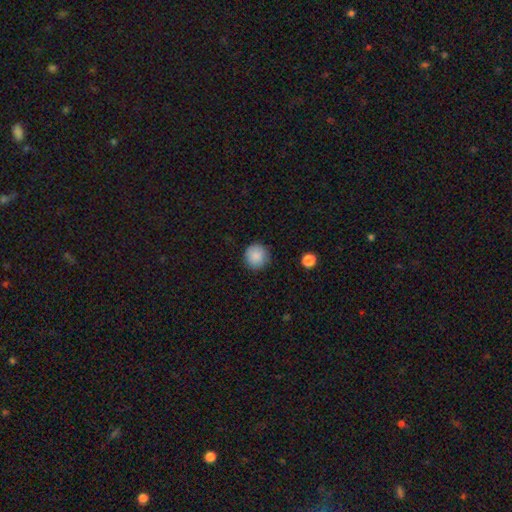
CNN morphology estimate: smooth-or-featured: smooth: 88% | star or artifact: 9% | featured or disk: 4%
  how-rounded: round: 94% | in between: 5% | cigar-shaped: 1%
  merging: none: 89% | minor disturbance: 8% | major disturbance: 2% | merger: 1%